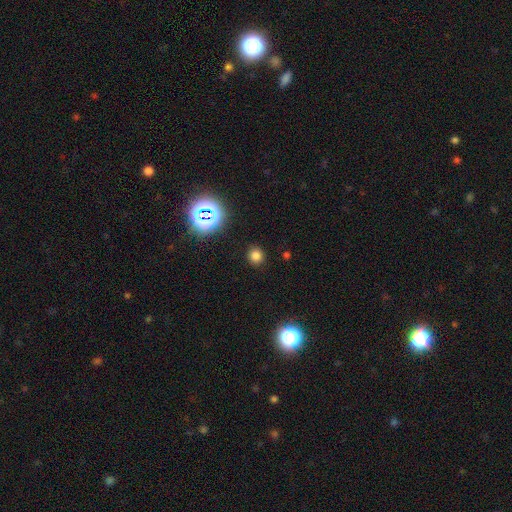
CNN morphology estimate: Overall: smooth (73%). How rounded: round (87%). Merging: none (90%).